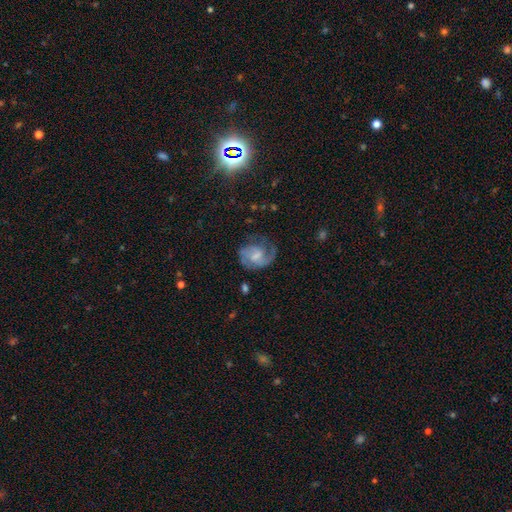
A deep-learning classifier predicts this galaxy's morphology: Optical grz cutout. It shows a featured or disk galaxy (68%) with a weak bar (49%), 2 (49%) medium (46%) spiral arms (89%) and a moderate central bulge (34%). Merging: none (53%).